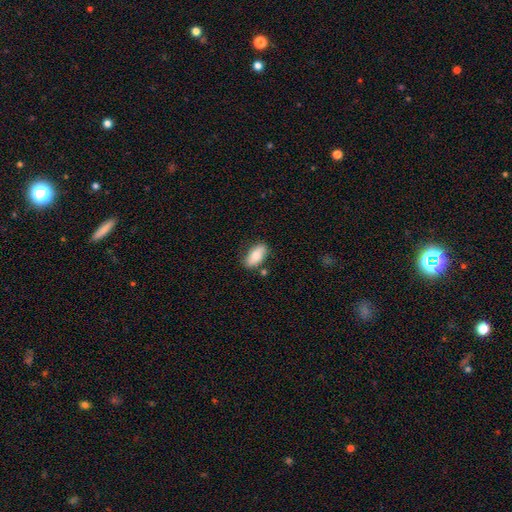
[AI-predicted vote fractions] smooth 77%, featured or disk 17%, star or artifact 6%. Down the decision tree: how rounded — in between (89%); merging — none (74%).